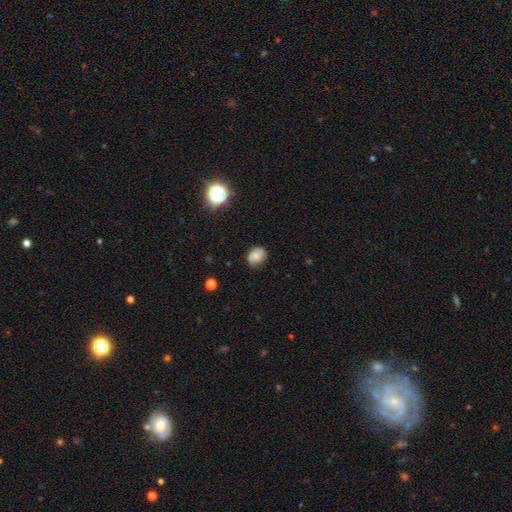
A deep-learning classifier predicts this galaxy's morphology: type=smooth (65%); roundness=in between (57%); merging=none (69%).